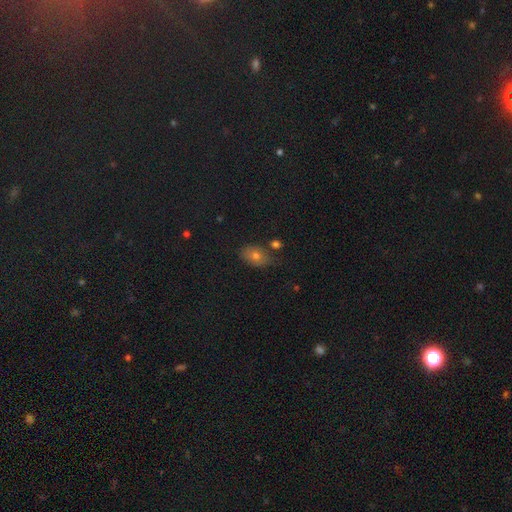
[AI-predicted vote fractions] This appears to be a smooth galaxy with no disk features (68%) that is in between round and cigar-shaped (78%). Merging: none (71%).